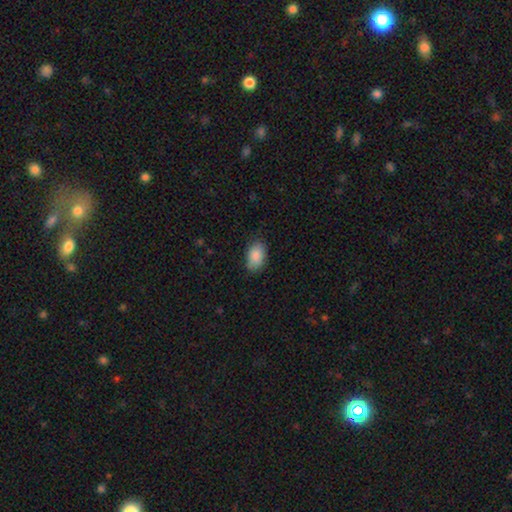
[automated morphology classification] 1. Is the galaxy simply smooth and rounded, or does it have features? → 87% smooth, 7% star or artifact, 6% featured or disk.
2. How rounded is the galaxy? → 91% in between, 8% round, 1% cigar-shaped.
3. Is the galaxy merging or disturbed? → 80% none, 16% minor disturbance, 3% major disturbance, 1% merger.